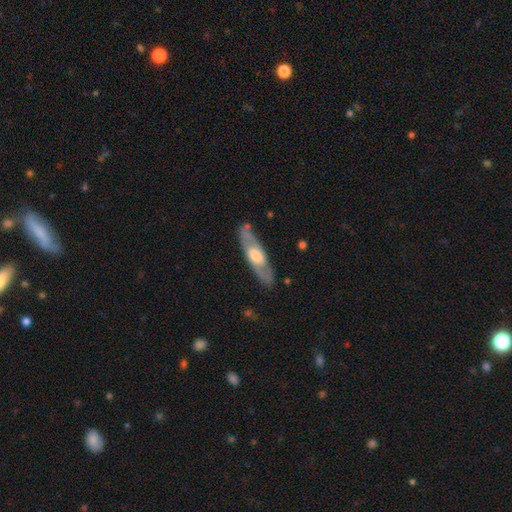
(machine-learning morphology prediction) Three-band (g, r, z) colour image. It shows a featured or disk galaxy (60%). Merging: none (83%).